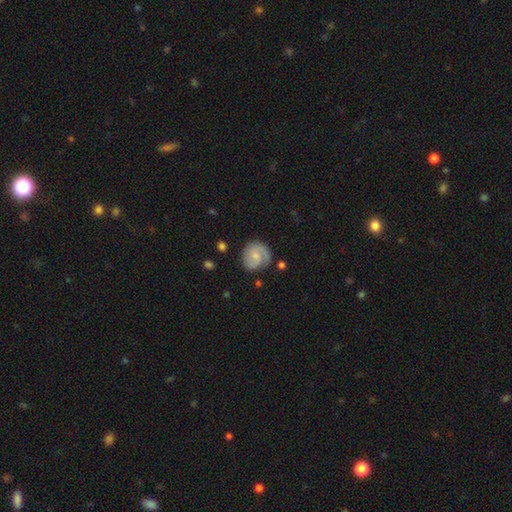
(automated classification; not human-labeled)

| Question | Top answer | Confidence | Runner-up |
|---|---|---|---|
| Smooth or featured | featured or disk | 70% | smooth (24%) |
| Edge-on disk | no | 98% | yes (2%) |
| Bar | no | 56% | weak (39%) |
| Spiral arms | yes | 94% | no (6%) |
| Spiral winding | tight | 44% | medium (41%) |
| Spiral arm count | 2 | 69% | 1 (15%) |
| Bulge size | small | 51% | moderate (32%) |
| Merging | none | 72% | minor disturbance (19%) |